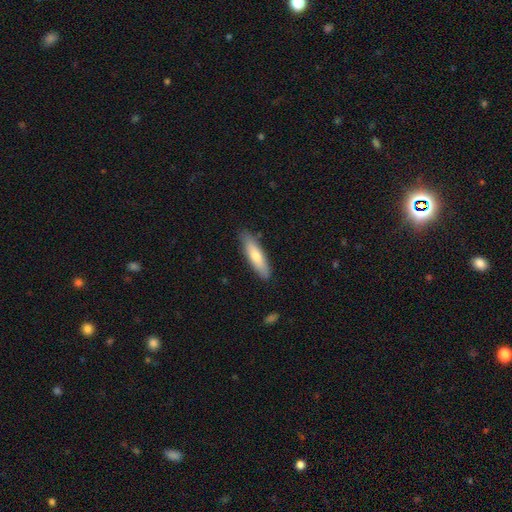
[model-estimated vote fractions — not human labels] Overall: smooth (66%; featured or disk 28%). How rounded: cigar-shaped (74%). Merging: none (87%).